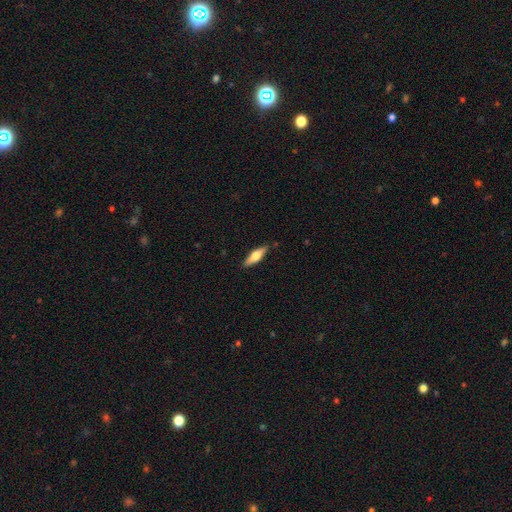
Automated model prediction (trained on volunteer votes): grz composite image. It shows a featured or disk galaxy (50%). Merging: none (88%).